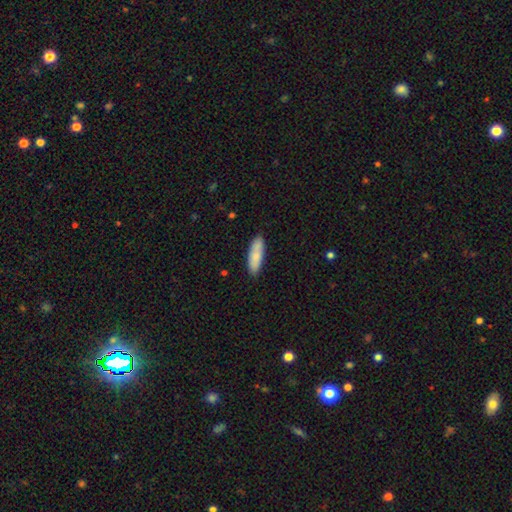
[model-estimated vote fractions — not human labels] Smooth or featured? Predicted: smooth (p=0.82). How rounded? Predicted: in between (p=0.56). Merging? Predicted: none (p=0.86).